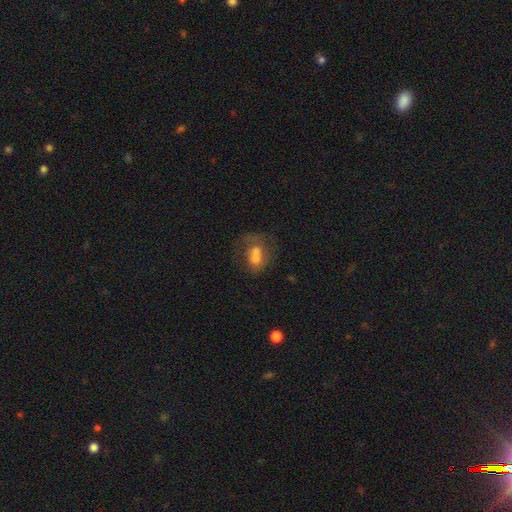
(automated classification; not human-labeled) Smooth or featured: smooth — 58% (featured or disk — 30%)
How rounded: in between — 61% (round — 37%)
Merging: merger — 56% (none — 22%)